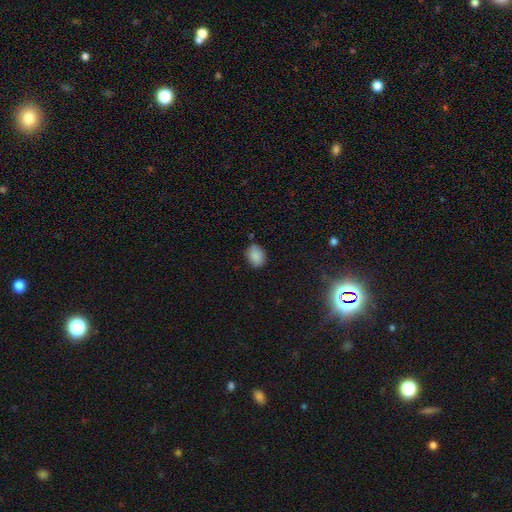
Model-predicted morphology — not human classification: smooth_or_featured: smooth (p=0.87) [alt: star or artifact p=0.09]
how_rounded: in between (p=0.64) [alt: round p=0.35]
merging: none (p=0.73) [alt: minor disturbance p=0.20]